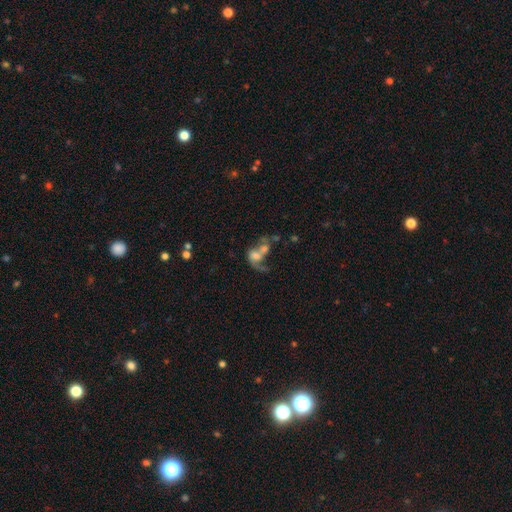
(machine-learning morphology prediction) featured or disk 49%, smooth 40%, star or artifact 11%. Down the decision tree: merging — merger (63%).